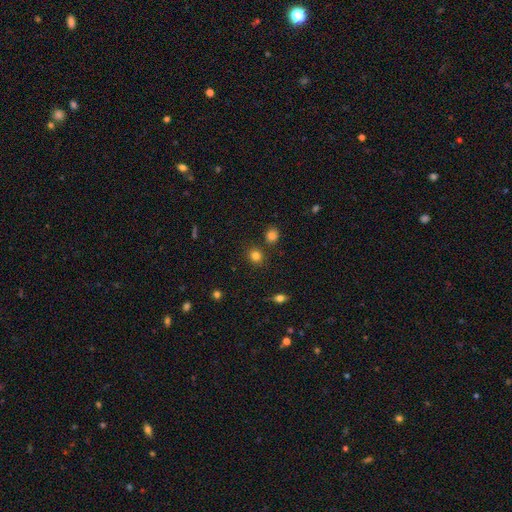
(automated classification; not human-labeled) Smooth or featured? Predicted: smooth (p=0.81). How rounded? Predicted: round (p=0.85). Merging? Predicted: none (p=0.84).